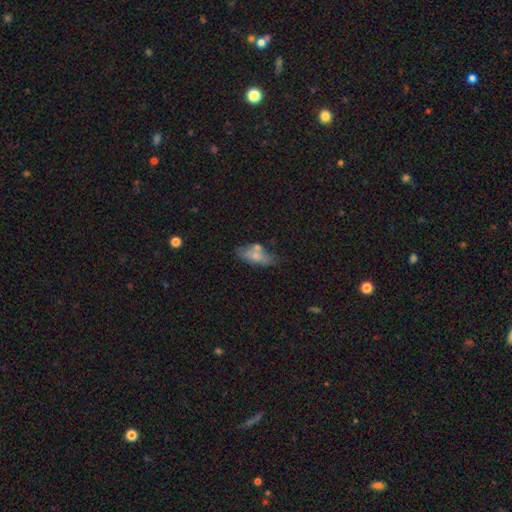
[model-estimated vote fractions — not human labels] Q: Smooth or featured?
A: smooth (67%); runner-up: featured or disk (25%)
Q: How rounded?
A: in between (83%); runner-up: cigar-shaped (13%)
Q: Merging?
A: none (49%); runner-up: minor disturbance (24%)